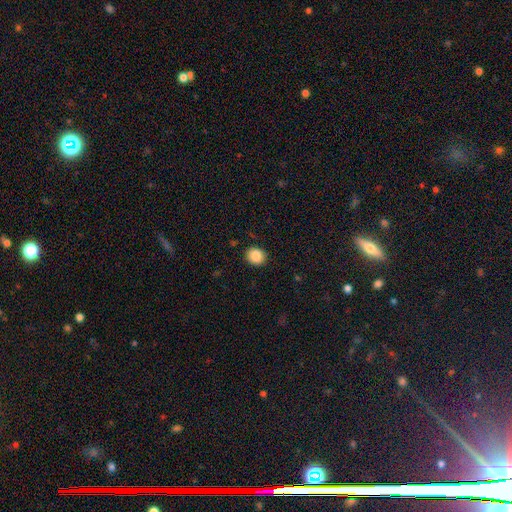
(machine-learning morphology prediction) smooth-or-featured: smooth: 88% | star or artifact: 9% | featured or disk: 4%
  how-rounded: round: 80% | in between: 19% | cigar-shaped: 1%
  merging: none: 89% | minor disturbance: 8% | major disturbance: 2% | merger: 1%